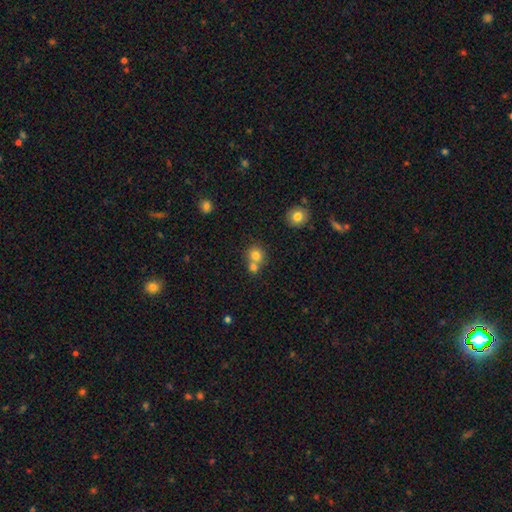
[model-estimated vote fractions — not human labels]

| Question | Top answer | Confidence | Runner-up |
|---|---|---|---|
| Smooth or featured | smooth | 77% | star or artifact (12%) |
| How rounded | round | 85% | in between (14%) |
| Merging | none | 46% | merger (45%) |